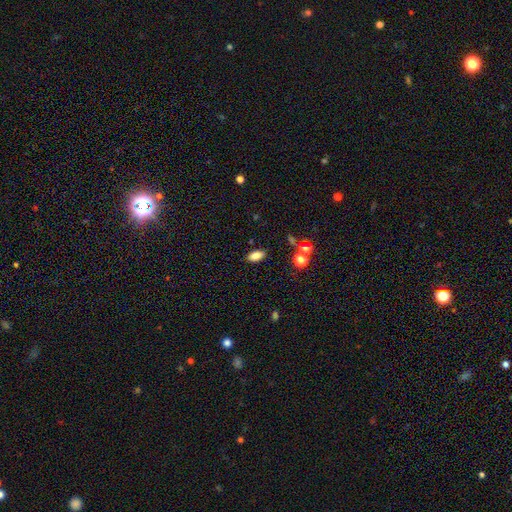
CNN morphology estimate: Overall: smooth (83%). How rounded: in between (89%). Merging: none (86%).